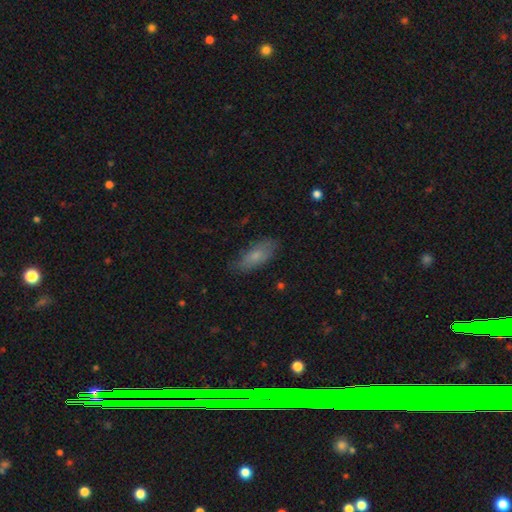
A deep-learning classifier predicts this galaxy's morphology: Smooth or featured? Predicted: smooth (p=0.72). How rounded? Predicted: in between (p=0.78). Merging? Predicted: none (p=0.77).